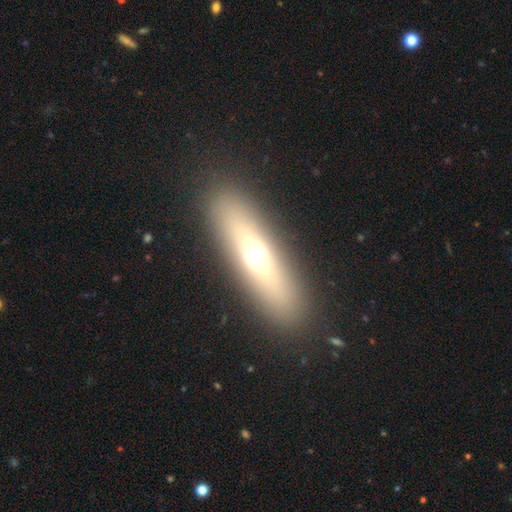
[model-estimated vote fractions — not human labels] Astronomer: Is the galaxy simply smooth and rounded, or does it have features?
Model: smooth — 53% (runner-up: featured or disk, 38%).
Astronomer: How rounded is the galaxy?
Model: cigar-shaped — 63%.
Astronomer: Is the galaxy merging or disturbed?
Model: none — 89%.